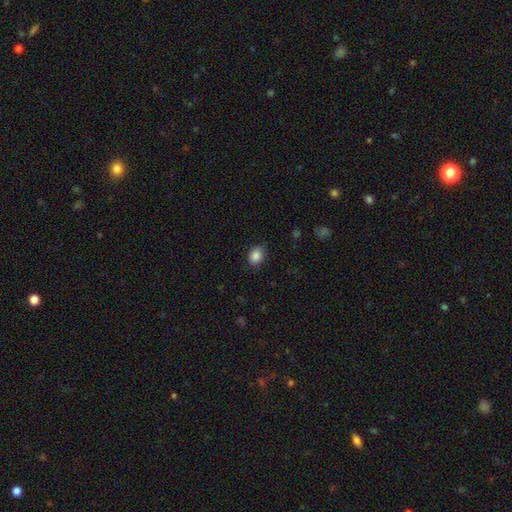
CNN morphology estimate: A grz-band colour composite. It shows a smooth galaxy with no disk features (87%) that is in between round and cigar-shaped (55%). Merging: none (82%).